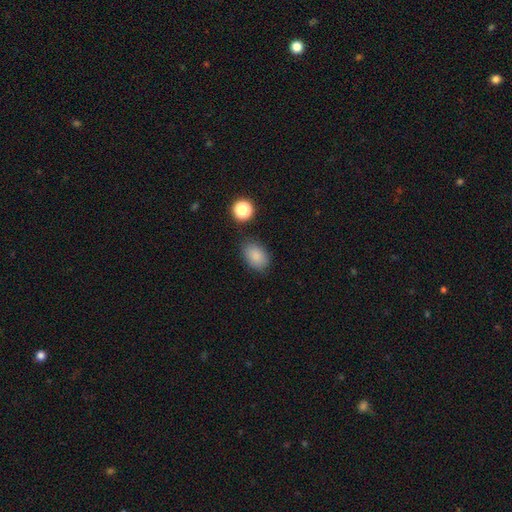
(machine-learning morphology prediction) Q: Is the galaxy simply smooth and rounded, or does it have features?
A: smooth — 85%.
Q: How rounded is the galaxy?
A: in between — 84%.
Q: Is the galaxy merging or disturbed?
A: none — 80%.